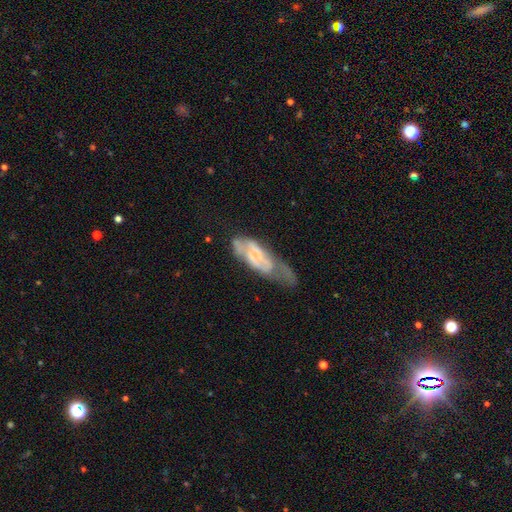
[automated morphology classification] smooth_or_featured: featured or disk (p=0.63) [alt: smooth p=0.29]
disk_edge_on: no (p=0.84) [alt: yes p=0.16]
bar: no (p=0.65) [alt: weak p=0.25]
has_spiral_arms: yes (p=0.55) [alt: no p=0.45]
bulge_size: none (p=0.50) [alt: small p=0.27]
merging: major disturbance (p=0.33) [alt: minor disturbance p=0.31]